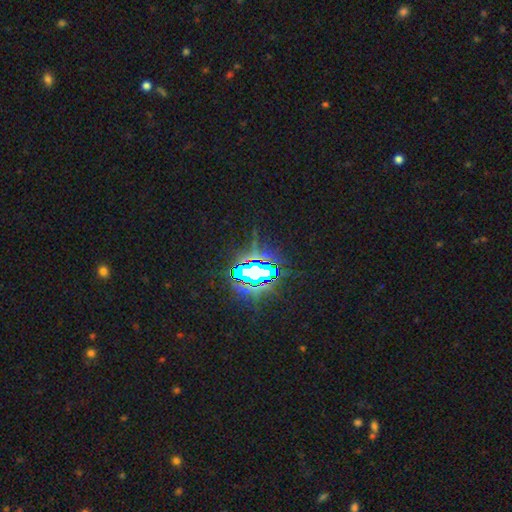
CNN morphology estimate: Smooth or featured: star or artifact — 78% (featured or disk — 11%)